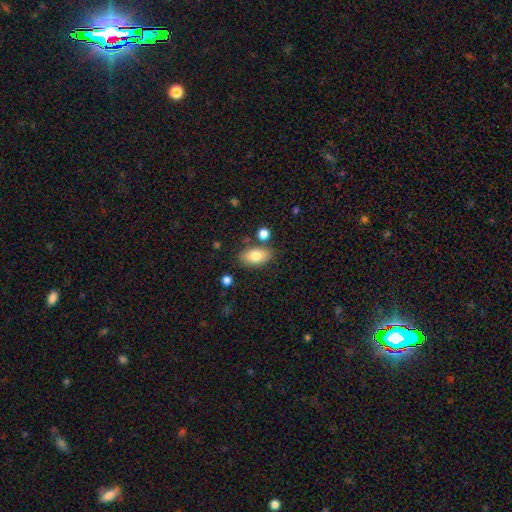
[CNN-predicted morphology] Q: Smooth or featured?
A: smooth (80%); runner-up: featured or disk (12%)
Q: How rounded?
A: in between (91%); runner-up: round (7%)
Q: Merging?
A: none (79%); runner-up: minor disturbance (12%)